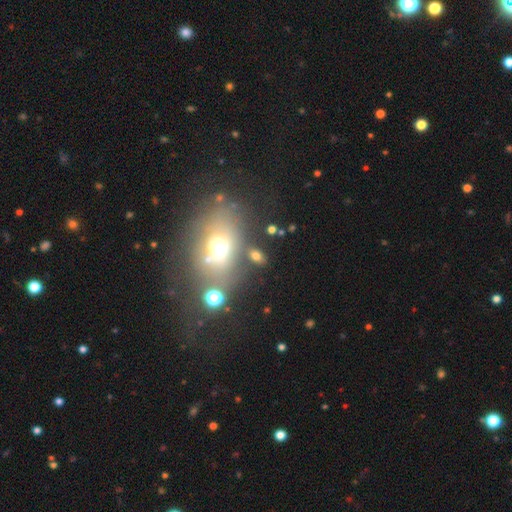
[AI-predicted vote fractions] Smooth or featured?
  - smooth: 65% *
  - star or artifact: 18%
  - featured or disk: 18%
How rounded?
  - in between: 73% *
  - round: 23%
  - cigar-shaped: 4%
Merging?
  - none: 67% *
  - merger: 14%
  - minor disturbance: 12%
  - major disturbance: 7%